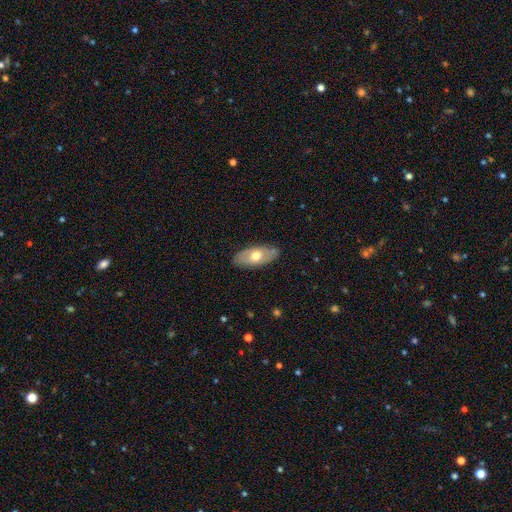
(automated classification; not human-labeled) Smooth or featured?
  - smooth: 57% *
  - featured or disk: 37%
  - star or artifact: 6%
How rounded?
  - in between: 89% *
  - cigar-shaped: 7%
  - round: 4%
Merging?
  - none: 82% *
  - minor disturbance: 13%
  - major disturbance: 3%
  - merger: 2%